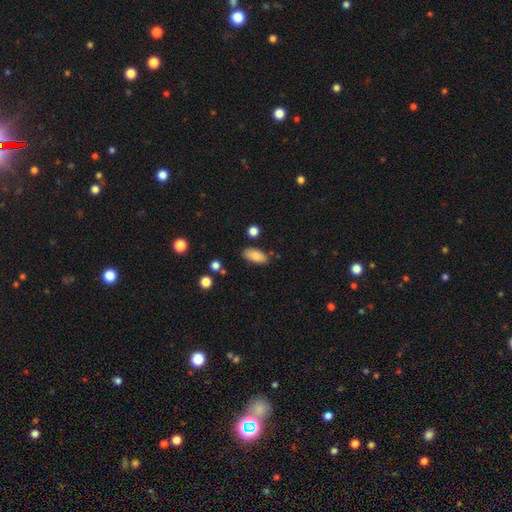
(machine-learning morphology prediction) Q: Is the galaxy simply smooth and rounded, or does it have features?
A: smooth — 86%.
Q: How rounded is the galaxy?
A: in between — 89%.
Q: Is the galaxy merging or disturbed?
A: none — 80%.